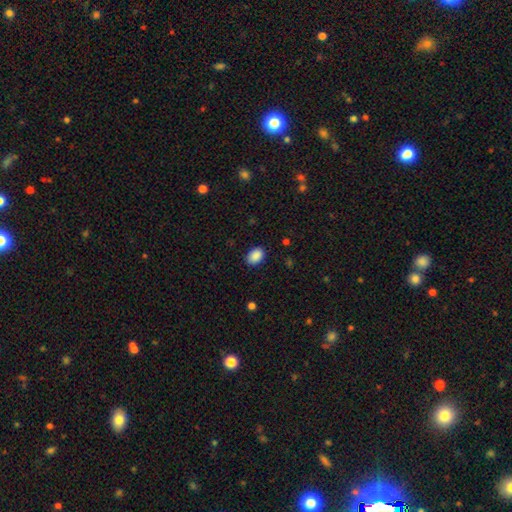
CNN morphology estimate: The model was most divided on "how rounded": in between: 80%, round: 19%, cigar-shaped: 1%. More confident: smooth or featured — smooth (90%); merging — none (87%).